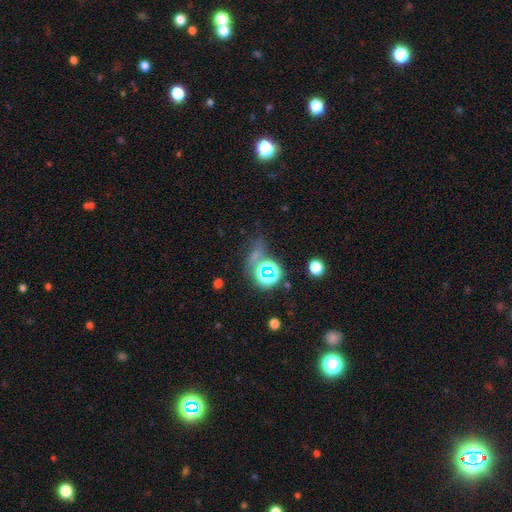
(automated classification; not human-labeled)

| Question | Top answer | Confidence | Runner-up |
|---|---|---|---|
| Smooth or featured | star or artifact | 57% | smooth (32%) |